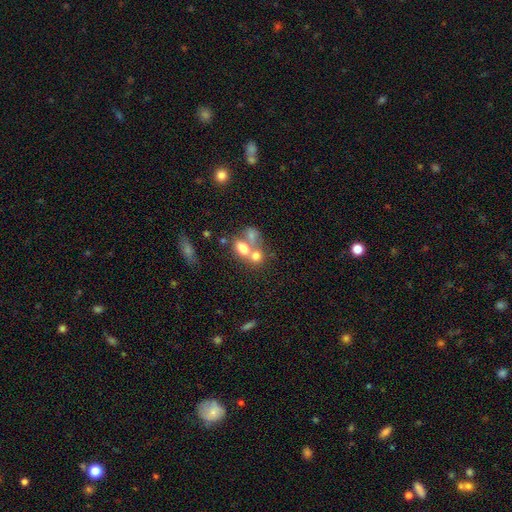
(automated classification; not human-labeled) This appears to be a smooth galaxy with no disk features (68%) that is in between round and cigar-shaped (54%). Merging: merger (59%).